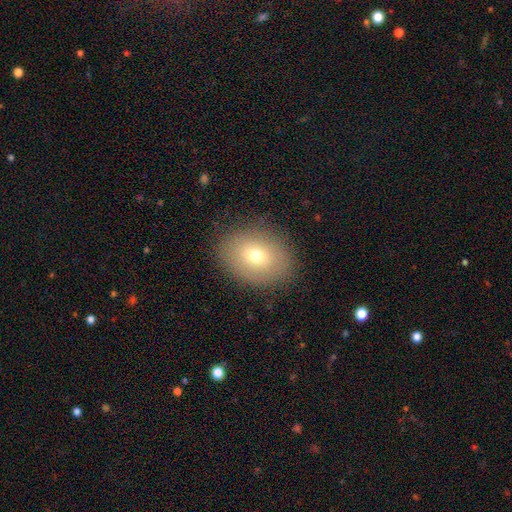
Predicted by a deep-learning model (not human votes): A smooth galaxy with no disk features (69%) that is in between round and cigar-shaped (64%).

Vote fractions:
- Smooth or featured? smooth: 69% / featured or disk: 20% / star or artifact: 11%
- How rounded? in between: 64% / round: 35% / cigar-shaped: 1%
- Merging? none: 85% / minor disturbance: 10% / major disturbance: 4% / merger: 1%